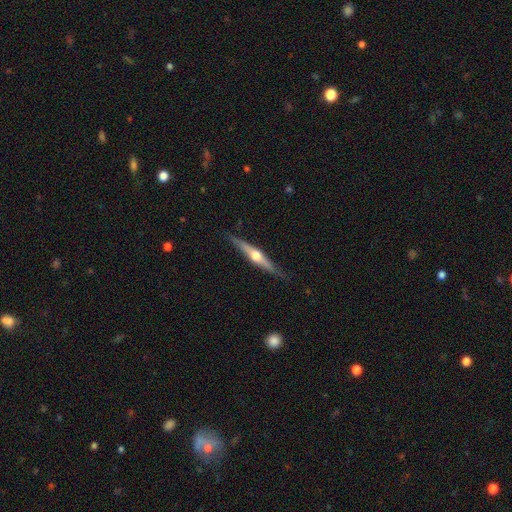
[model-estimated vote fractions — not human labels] Smooth or featured? Predicted: featured or disk (p=0.73). Edge-on disk? Predicted: yes (p=0.97). Edge-on bulge? Predicted: rounded (p=0.94). Merging? Predicted: none (p=0.86).